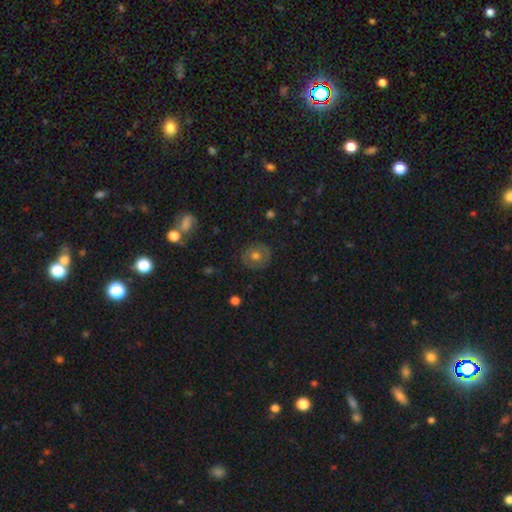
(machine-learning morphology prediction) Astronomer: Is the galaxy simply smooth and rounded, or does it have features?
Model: smooth — 62%.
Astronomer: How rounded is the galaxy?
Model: round — 84%.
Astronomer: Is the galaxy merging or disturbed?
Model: none — 86%.